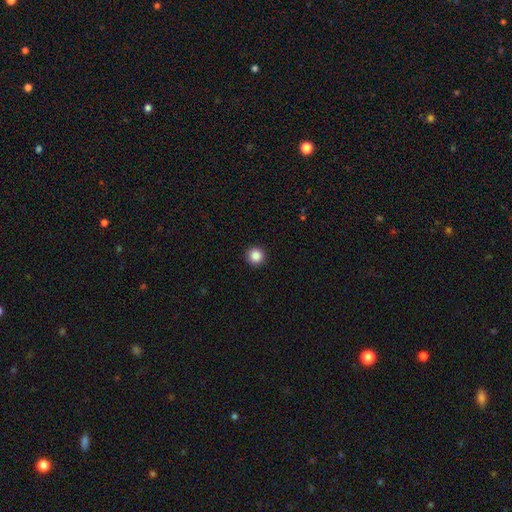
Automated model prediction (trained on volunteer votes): A smooth galaxy with no disk features (87%) that is round (96%). Merging: none (94%).